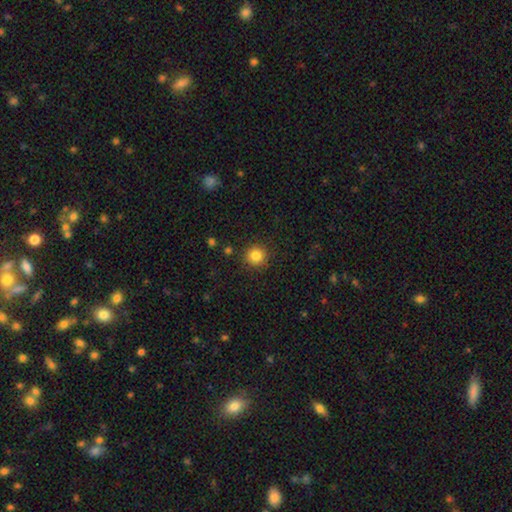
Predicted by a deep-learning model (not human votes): Morphology: type=smooth (84%); roundness=round (94%); merging=none (90%).